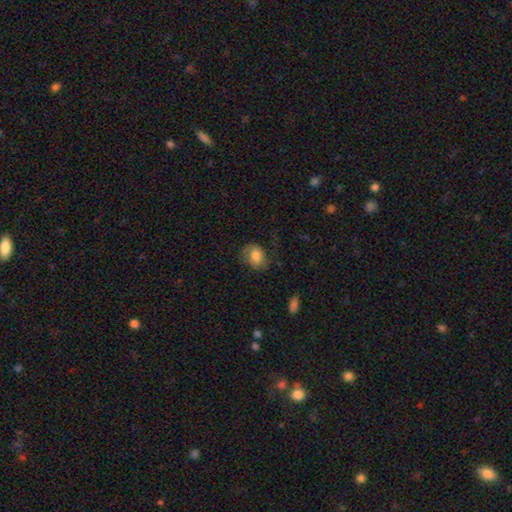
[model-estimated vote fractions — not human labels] This appears to be a smooth galaxy with no disk features (71%) that is in between round and cigar-shaped (57%). Merging: none (59%).